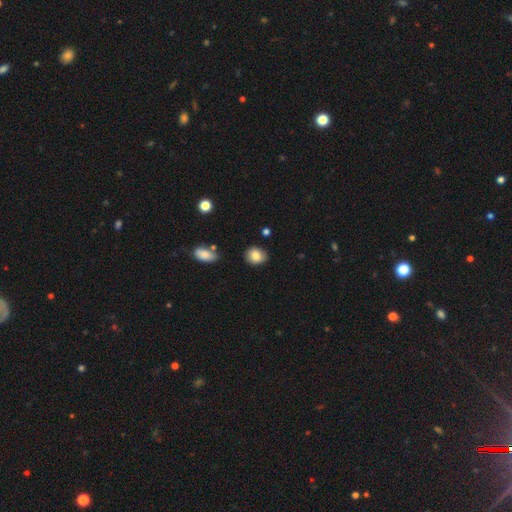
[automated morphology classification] A smooth galaxy with no disk features (83%) that is round (59%). Merging: none (81%).